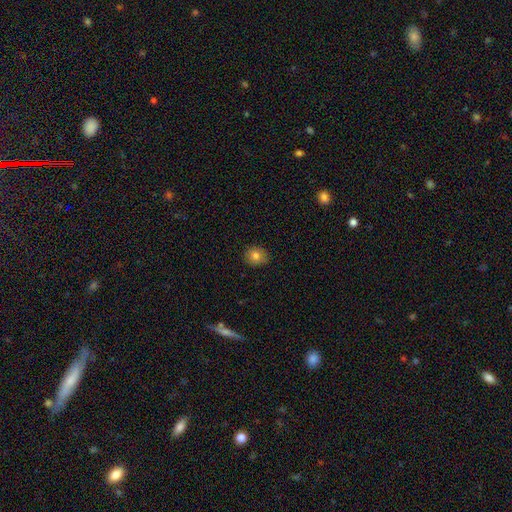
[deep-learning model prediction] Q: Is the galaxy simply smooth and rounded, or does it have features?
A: smooth — 80%.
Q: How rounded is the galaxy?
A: round — 70%.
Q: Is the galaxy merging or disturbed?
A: none — 88%.